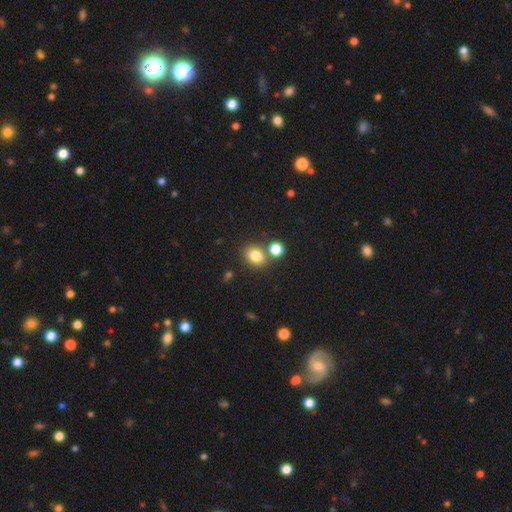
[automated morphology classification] A smooth galaxy with no disk features (81%) that is round (57%). Merging: none (68%).